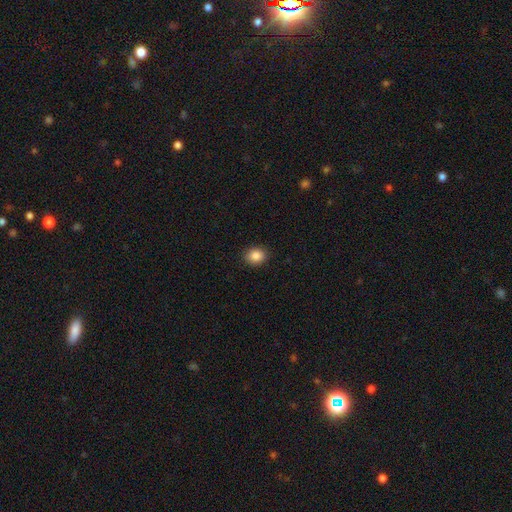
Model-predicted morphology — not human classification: Smooth or featured?
  - smooth: 87% *
  - star or artifact: 9%
  - featured or disk: 4%
How rounded?
  - round: 54% *
  - in between: 45%
  - cigar-shaped: 1%
Merging?
  - none: 90% *
  - minor disturbance: 7%
  - major disturbance: 2%
  - merger: 1%